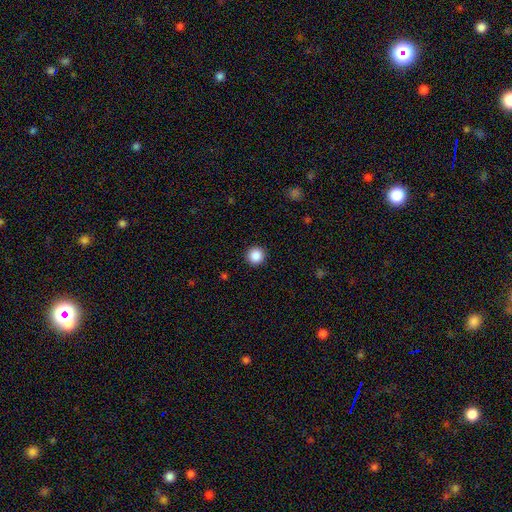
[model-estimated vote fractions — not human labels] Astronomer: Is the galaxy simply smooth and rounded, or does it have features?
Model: smooth — 88%.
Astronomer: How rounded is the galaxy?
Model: round — 96%.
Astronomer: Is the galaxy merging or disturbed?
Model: none — 93%.